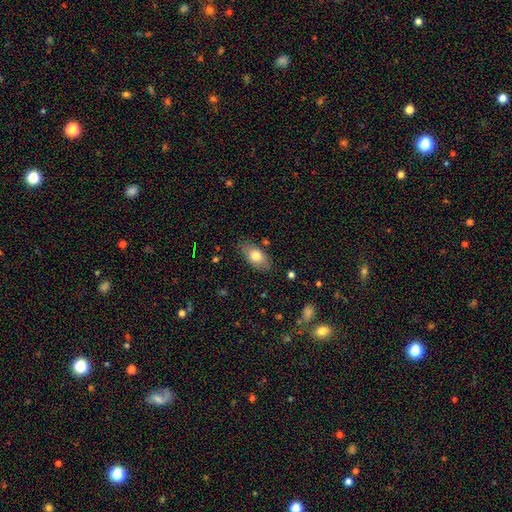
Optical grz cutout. It shows a smooth galaxy with no disk features (82%) that is in between round and cigar-shaped (97%). Merging: none (89%).